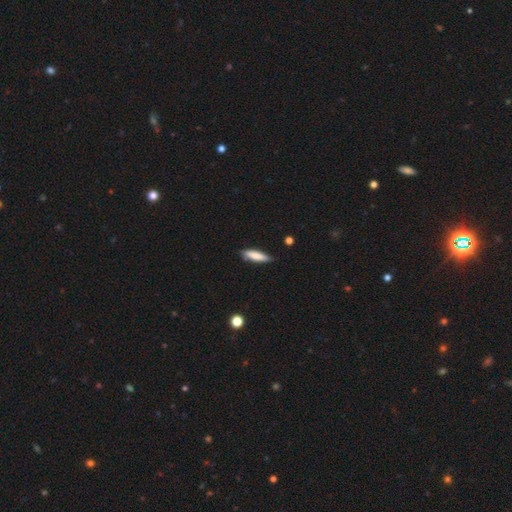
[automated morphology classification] This is likely a smooth galaxy (78%). How rounded: likely cigar-shaped (70%). Merging: clearly none (80%).